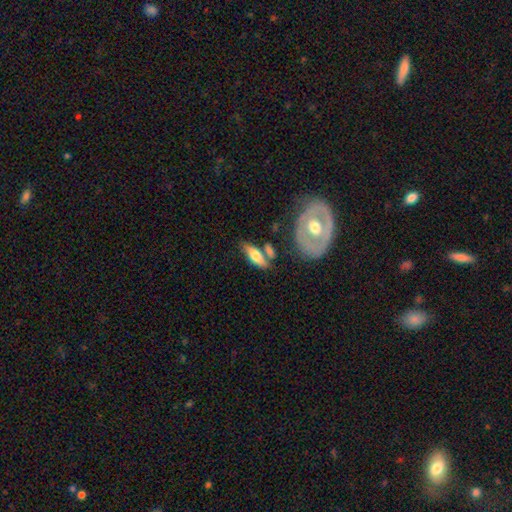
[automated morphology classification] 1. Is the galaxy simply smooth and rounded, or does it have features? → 59% smooth, 35% featured or disk, 6% star or artifact.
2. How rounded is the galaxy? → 67% in between, 29% cigar-shaped, 3% round.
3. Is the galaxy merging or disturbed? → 60% none, 18% merger, 17% minor disturbance, 6% major disturbance.